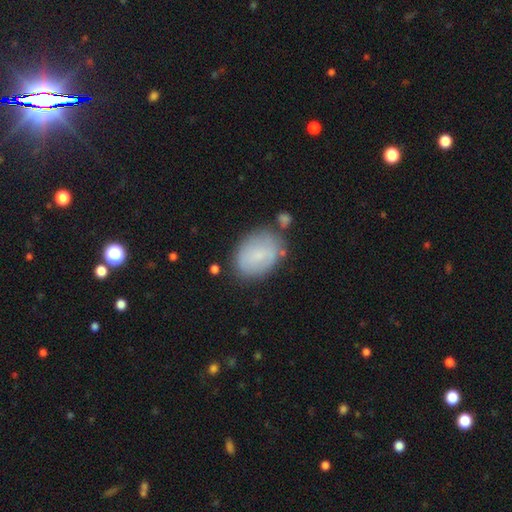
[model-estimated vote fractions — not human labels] Smooth or featured? smooth (70%)
How rounded? in between (77%)
Merging? none (69%)